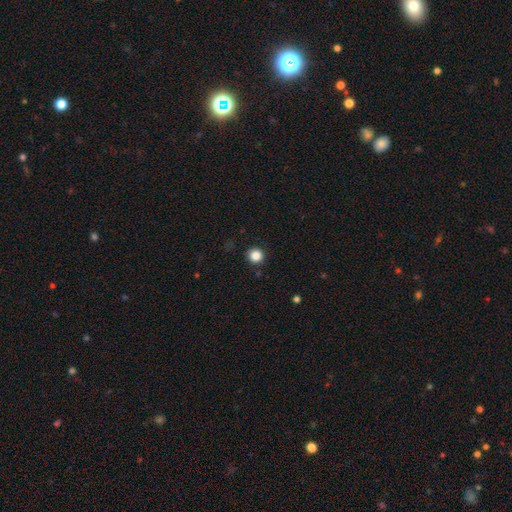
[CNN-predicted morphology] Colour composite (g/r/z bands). It shows a smooth galaxy with no disk features (85%) that is round (94%). Merging: none (91%).